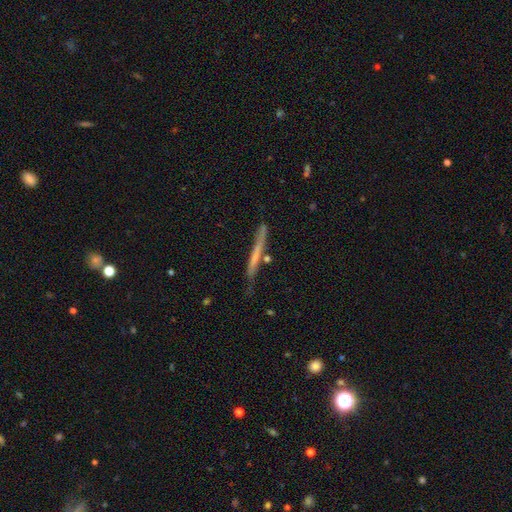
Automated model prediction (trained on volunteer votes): The model was most divided on "smooth or featured": smooth: 51%, featured or disk: 43%, star or artifact: 6%. More confident: how rounded — cigar-shaped (96%); merging — none (69%).